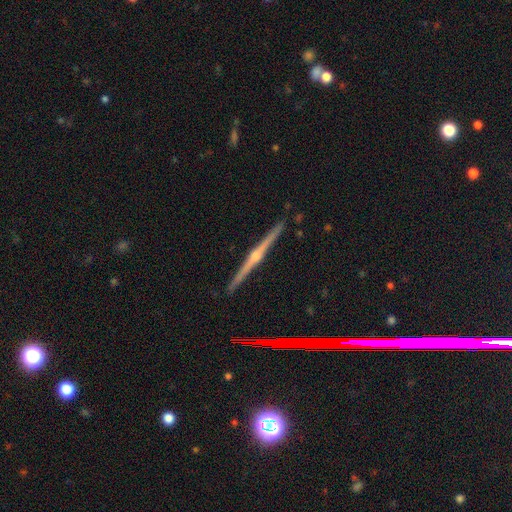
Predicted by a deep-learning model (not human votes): Smooth or featured: featured or disk — 84% (smooth — 9%)
Edge-on disk: yes — 99% (no — 1%)
Edge-on bulge: rounded — 86% (none — 9%)
Merging: none — 92% (minor disturbance — 6%)